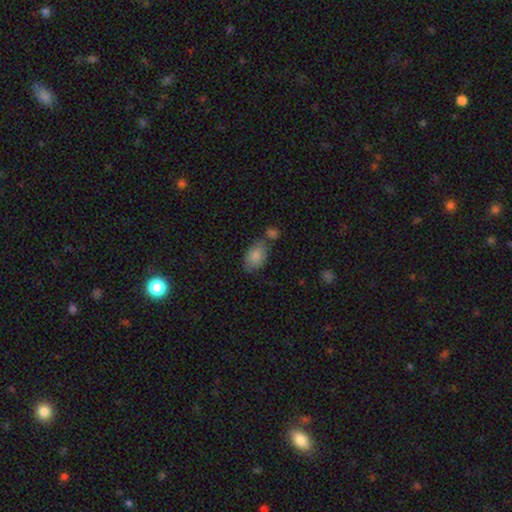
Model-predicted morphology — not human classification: This is clearly a smooth galaxy (86%). How rounded: clearly in between (90%). Merging: possibly none (55%).